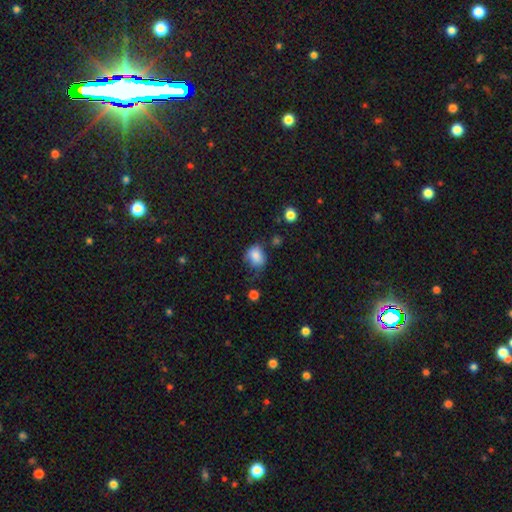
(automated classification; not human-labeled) Morphology: type=smooth (81%); roundness=in between (50%); merging=none (46%).